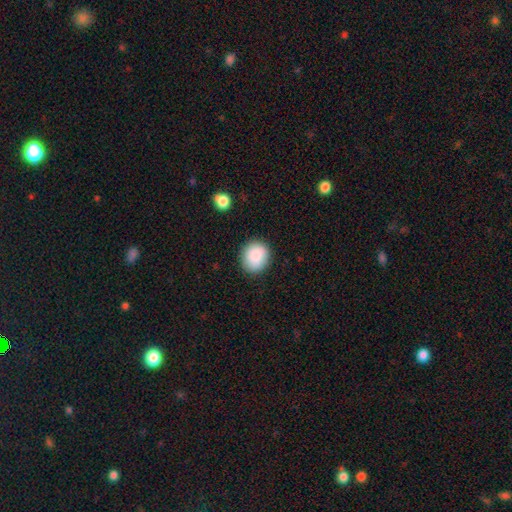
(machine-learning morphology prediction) Smooth or featured?
  - smooth: 88% *
  - star or artifact: 7%
  - featured or disk: 5%
How rounded?
  - round: 78% *
  - in between: 21%
  - cigar-shaped: 1%
Merging?
  - none: 87% *
  - minor disturbance: 9%
  - major disturbance: 2%
  - merger: 1%